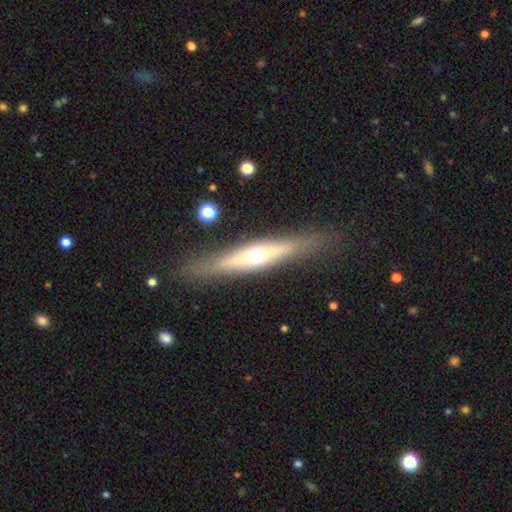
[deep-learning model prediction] Q: Smooth or featured?
A: featured or disk (63%); runner-up: smooth (31%)
Q: Edge-on disk?
A: yes (91%); runner-up: no (9%)
Q: Edge-on bulge?
A: rounded (87%); runner-up: none (9%)
Q: Merging?
A: none (85%); runner-up: minor disturbance (10%)